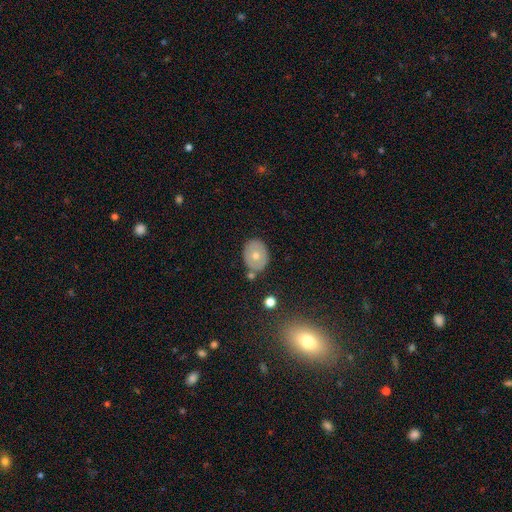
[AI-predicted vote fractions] This is likely a smooth galaxy (60%). How rounded: likely in between (62%). Merging: likely none (75%).